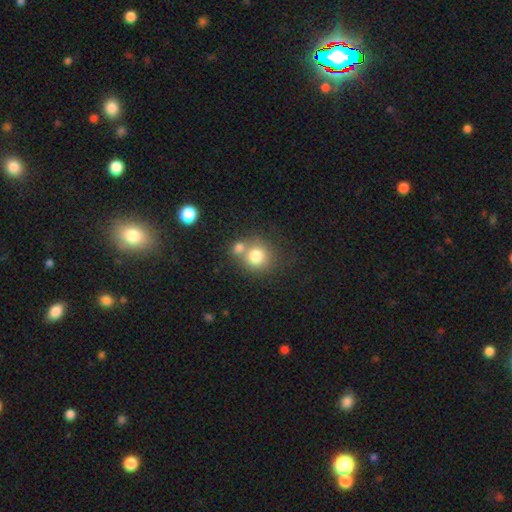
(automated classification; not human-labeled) This is likely a smooth galaxy (79%). How rounded: clearly round (87%). Merging: possibly none (49%).